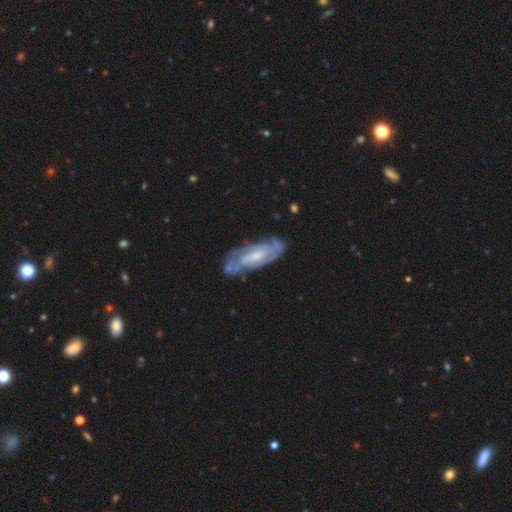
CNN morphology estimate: Smooth or featured?
  - featured or disk: 79% *
  - smooth: 15%
  - star or artifact: 6%
Edge-on disk?
  - no: 88% *
  - yes: 12%
Bar?
  - no: 47% *
  - weak: 42%
  - strong: 11%
Spiral arms?
  - yes: 91% *
  - no: 9%
Spiral winding?
  - tight: 55% *
  - medium: 35%
  - loose: 10%
Spiral arm count?
  - can't tell: 39% *
  - 2: 32%
  - 3: 15%
  - 4: 8%
  - 1: 4%
  - more than 4: 3%
Bulge size?
  - small: 52% *
  - moderate: 37%
  - none: 6%
  - large: 3%
  - dominant: 1%
Merging?
  - none: 70% *
  - minor disturbance: 19%
  - major disturbance: 7%
  - merger: 4%